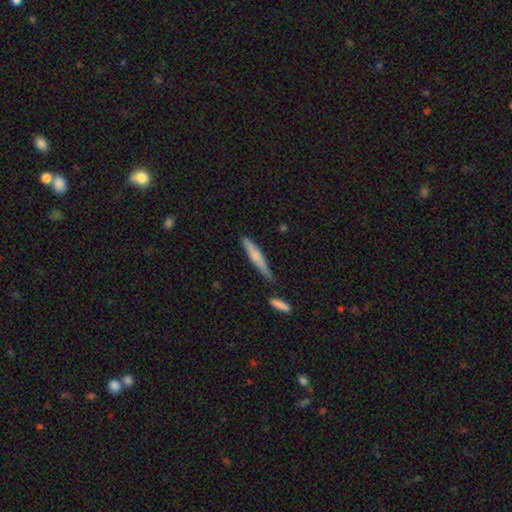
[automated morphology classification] A smooth galaxy with no disk features (65%) that is cigar-shaped (90%).

Vote fractions:
- Smooth or featured? smooth: 65% / featured or disk: 29% / star or artifact: 6%
- How rounded? cigar-shaped: 90% / in between: 8% / round: 2%
- Merging? none: 67% / minor disturbance: 21% / merger: 7% / major disturbance: 4%